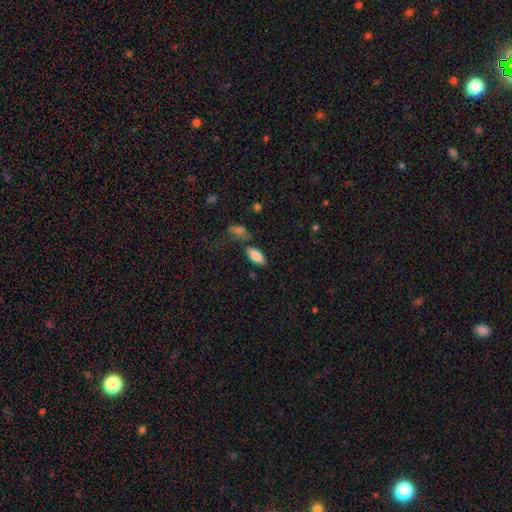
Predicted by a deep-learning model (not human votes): Smooth or featured? smooth (84%)
How rounded? in between (87%)
Merging? none (73%)